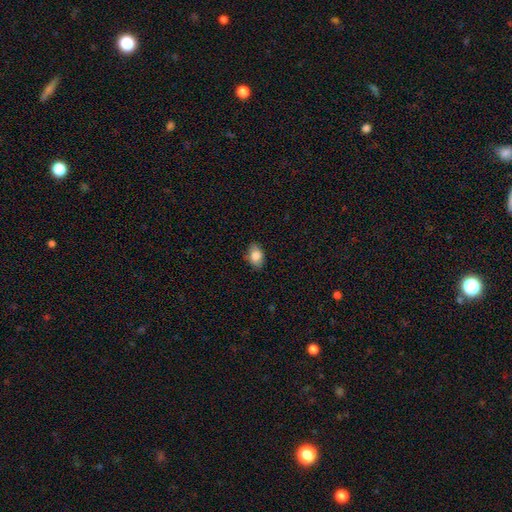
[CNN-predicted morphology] This appears to be a smooth galaxy with no disk features (82%) that is in between round and cigar-shaped (82%). Merging: none (83%).